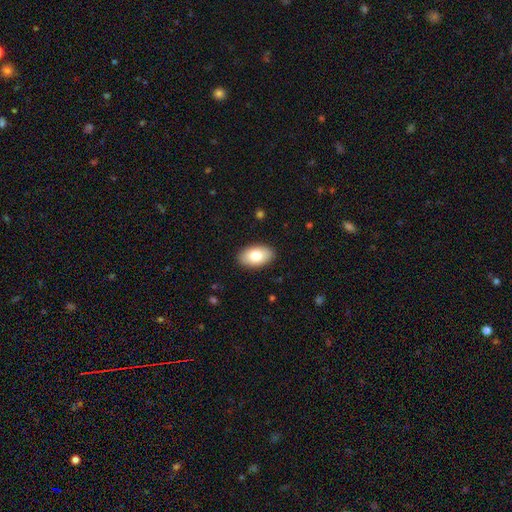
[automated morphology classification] type=smooth (79%); roundness=in between (94%); merging=none (89%).